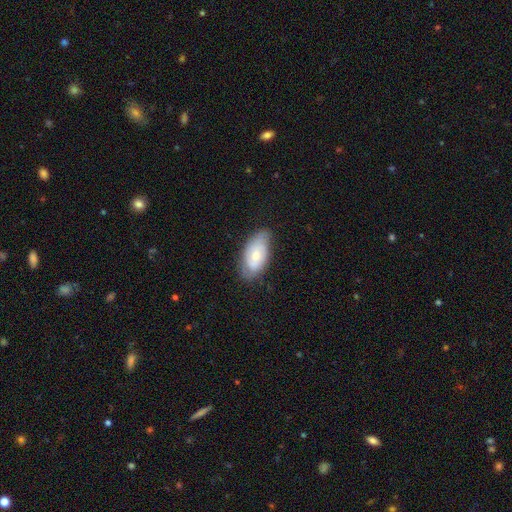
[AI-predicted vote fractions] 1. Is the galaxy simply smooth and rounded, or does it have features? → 53% smooth, 41% featured or disk, 6% star or artifact.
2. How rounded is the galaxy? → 92% in between, 5% cigar-shaped, 3% round.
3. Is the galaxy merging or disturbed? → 66% none, 27% minor disturbance, 6% major disturbance, 1% merger.